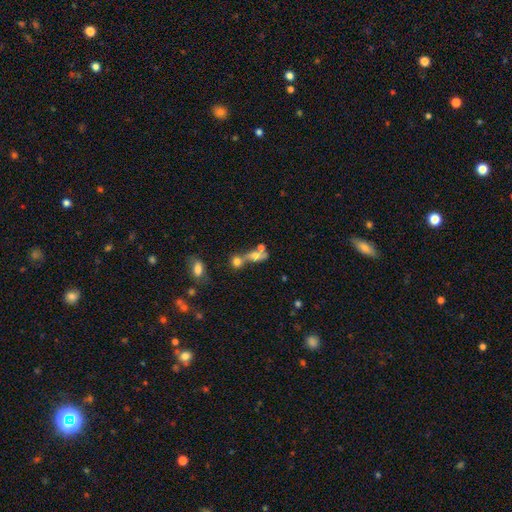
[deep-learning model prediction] Smooth or featured? smooth (56%)
How rounded? in between (60%)
Merging? merger (55%)